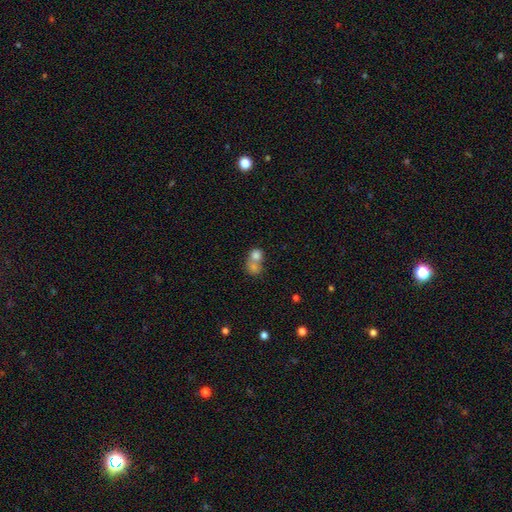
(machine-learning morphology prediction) Smooth or featured? smooth (76%)
How rounded? round (69%)
Merging? merger (68%)